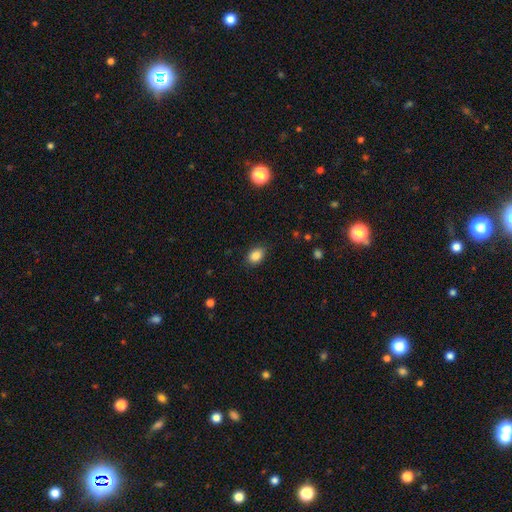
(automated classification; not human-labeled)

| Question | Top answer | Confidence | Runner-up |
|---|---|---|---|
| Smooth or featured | smooth | 85% | star or artifact (10%) |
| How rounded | in between | 73% | round (26%) |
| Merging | none | 86% | minor disturbance (10%) |